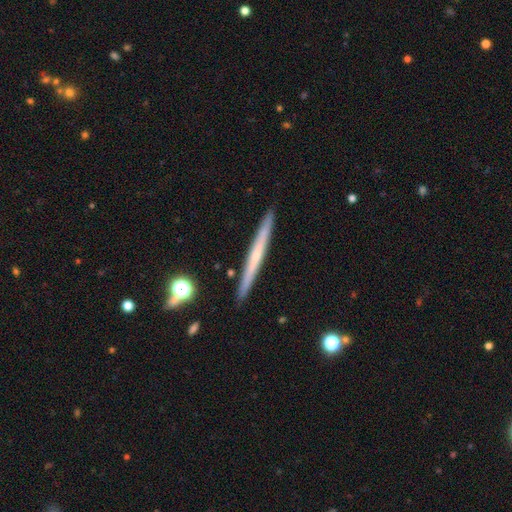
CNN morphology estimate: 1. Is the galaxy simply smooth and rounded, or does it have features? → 56% featured or disk, 38% smooth, 6% star or artifact.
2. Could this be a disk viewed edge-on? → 97% yes, 3% no.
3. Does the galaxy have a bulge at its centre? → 64% none, 32% rounded, 4% boxy.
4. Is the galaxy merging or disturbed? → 92% none, 6% minor disturbance, 1% merger, 1% major disturbance.